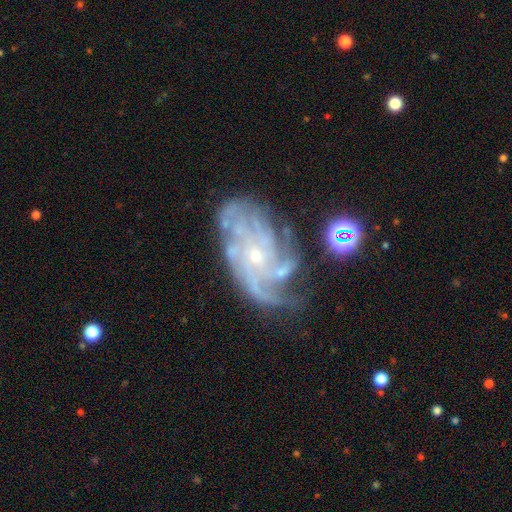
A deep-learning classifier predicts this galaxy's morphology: This appears to be a featured or disk galaxy (85%) with no bar (75%), tight (53%) spiral arms (94%) and a small central bulge (76%). Merging: none (56%).